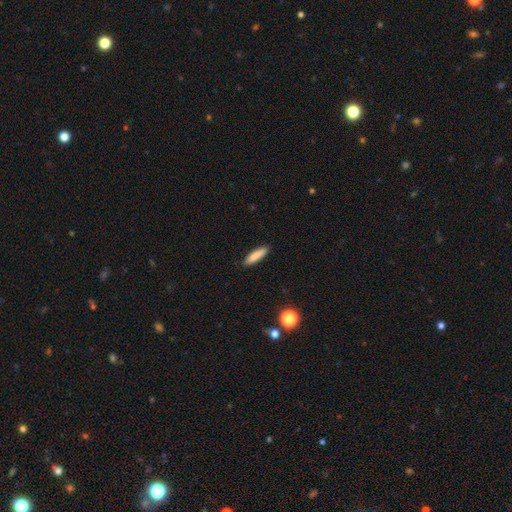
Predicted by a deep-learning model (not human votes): Q: Smooth or featured?
A: smooth (85%); runner-up: featured or disk (8%)
Q: How rounded?
A: cigar-shaped (74%); runner-up: in between (24%)
Q: Merging?
A: none (89%); runner-up: minor disturbance (8%)